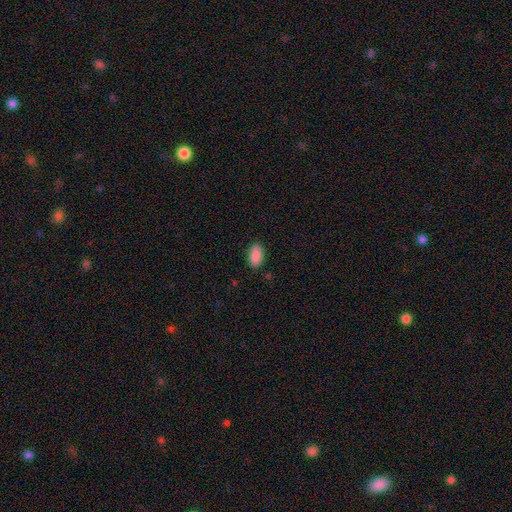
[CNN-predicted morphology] smooth-or-featured: smooth: 90% | star or artifact: 7% | featured or disk: 3%
  how-rounded: in between: 94% | round: 4% | cigar-shaped: 3%
  merging: none: 86% | minor disturbance: 10% | major disturbance: 2% | merger: 1%